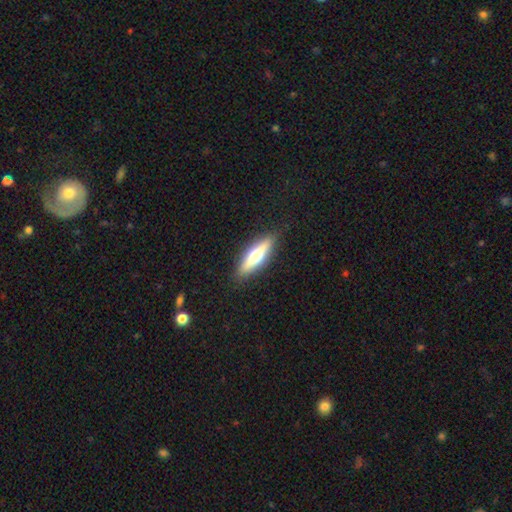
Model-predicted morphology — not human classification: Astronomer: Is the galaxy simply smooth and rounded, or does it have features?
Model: featured or disk — 47%, tied with smooth at 47%.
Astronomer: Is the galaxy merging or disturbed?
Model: none — 88%.